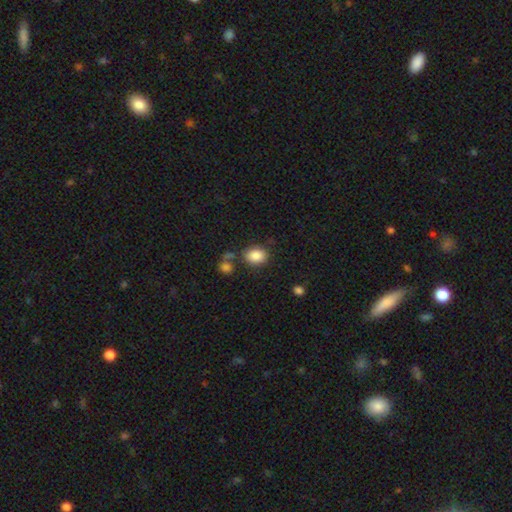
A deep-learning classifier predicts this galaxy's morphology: Smooth or featured: smooth — 86% (star or artifact — 9%)
How rounded: in between — 59% (round — 40%)
Merging: none — 74% (minor disturbance — 13%)